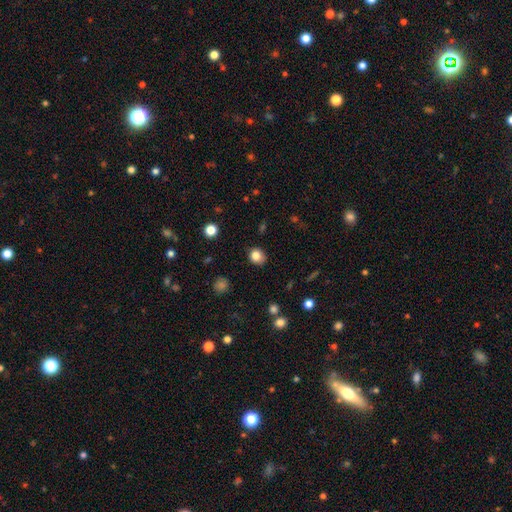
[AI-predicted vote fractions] Morphology: type=smooth (83%); roundness=round (67%); merging=none (85%).